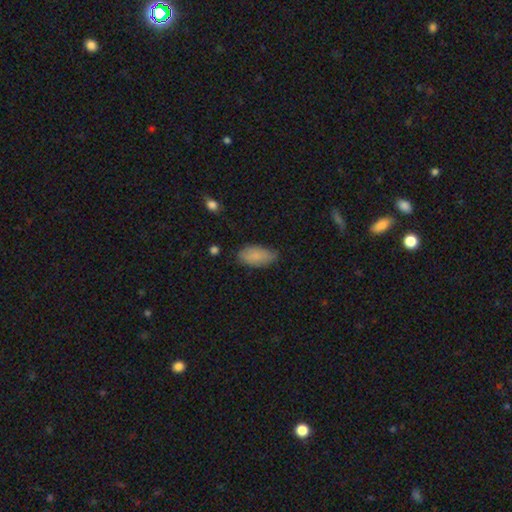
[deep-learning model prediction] The model was most divided on "merging": none: 73%, minor disturbance: 22%, major disturbance: 4%, merger: 1%. More confident: how rounded — in between (93%); smooth or featured — smooth (84%).